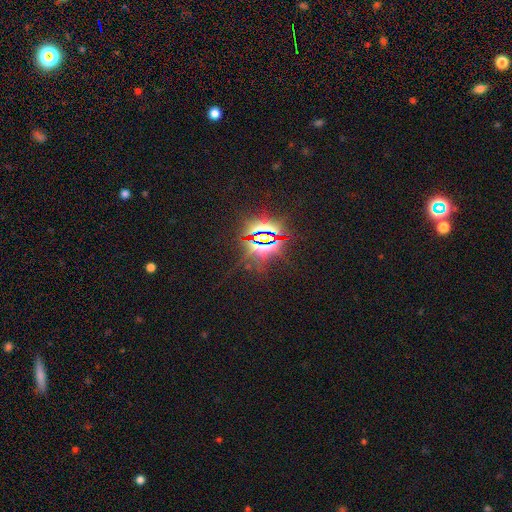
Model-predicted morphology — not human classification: A star or artifact, not a galaxy (85%).